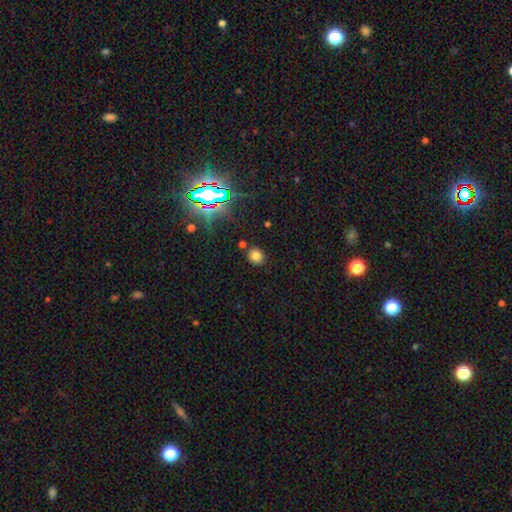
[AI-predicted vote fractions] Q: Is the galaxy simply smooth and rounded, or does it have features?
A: smooth — 76%.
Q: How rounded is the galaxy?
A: round — 76%.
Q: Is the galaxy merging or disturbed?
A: none — 83%.